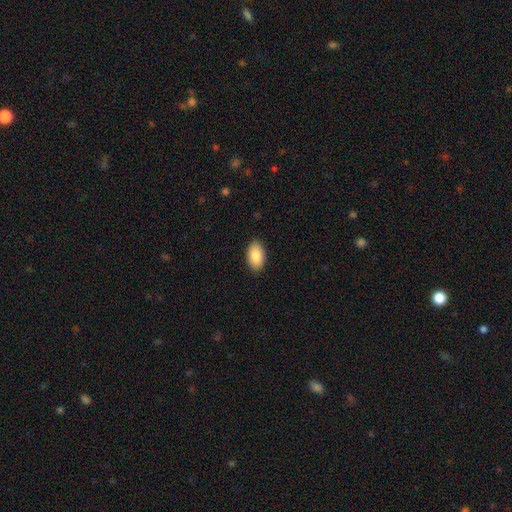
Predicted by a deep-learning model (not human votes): Smooth or featured? Predicted: smooth (p=0.87). How rounded? Predicted: in between (p=0.94). Merging? Predicted: none (p=0.90).